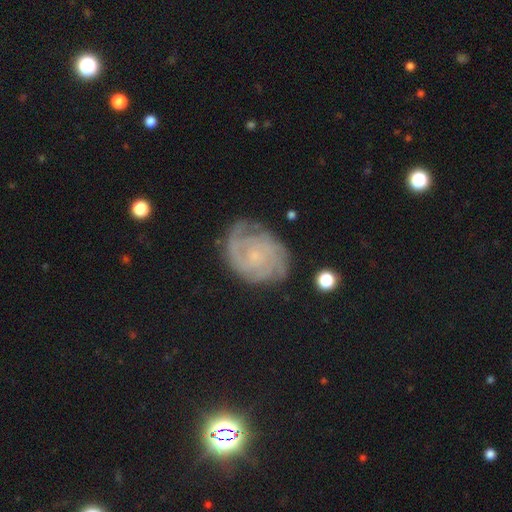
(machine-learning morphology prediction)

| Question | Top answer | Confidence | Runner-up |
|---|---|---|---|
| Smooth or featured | featured or disk | 78% | smooth (12%) |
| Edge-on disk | no | 98% | yes (2%) |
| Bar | no | 75% | weak (21%) |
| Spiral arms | yes | 95% | no (5%) |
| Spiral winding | tight | 69% | medium (25%) |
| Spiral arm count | can't tell | 33% | 2 (26%) |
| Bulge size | small | 79% | moderate (12%) |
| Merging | none | 73% | minor disturbance (19%) |